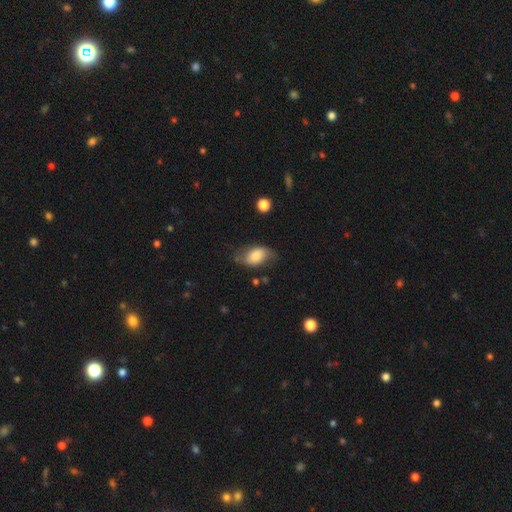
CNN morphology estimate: This appears to be a smooth galaxy with no disk features (60%) that is in between round and cigar-shaped (89%). Merging: none (60%).